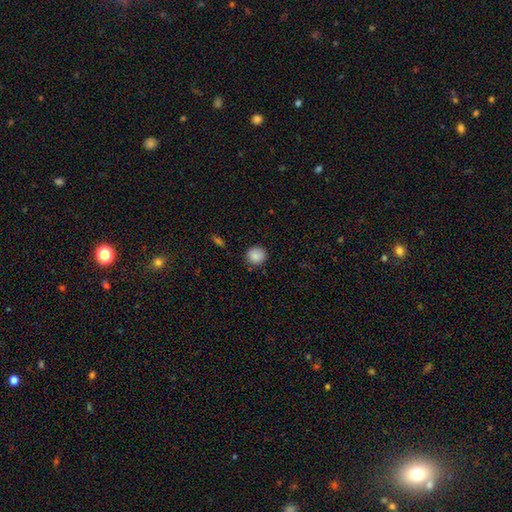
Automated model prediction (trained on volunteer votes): Smooth or featured? Predicted: smooth (p=0.88). How rounded? Predicted: round (p=0.86). Merging? Predicted: none (p=0.88).